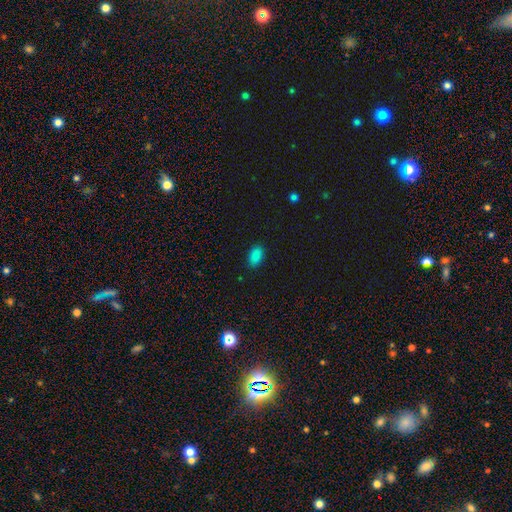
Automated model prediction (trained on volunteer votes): Smooth or featured: smooth — 86% (star or artifact — 11%)
How rounded: in between — 92% (round — 6%)
Merging: none — 88% (minor disturbance — 9%)